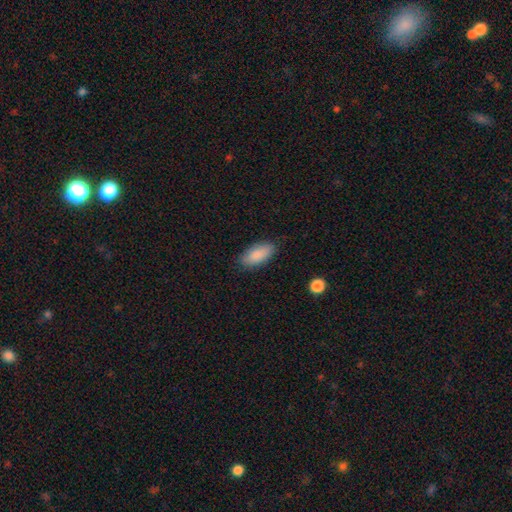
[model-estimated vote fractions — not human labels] Q: Smooth or featured?
A: smooth (86%); runner-up: featured or disk (7%)
Q: How rounded?
A: in between (86%); runner-up: cigar-shaped (12%)
Q: Merging?
A: none (84%); runner-up: minor disturbance (12%)